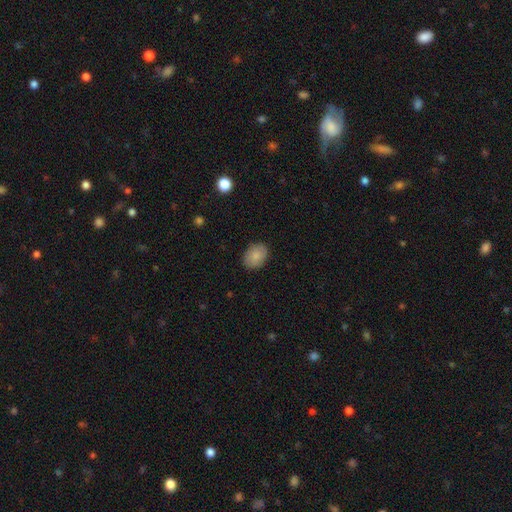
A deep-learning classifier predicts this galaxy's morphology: smooth-or-featured: smooth: 85% | featured or disk: 8% | star or artifact: 7%
  how-rounded: in between: 71% | round: 28% | cigar-shaped: 1%
  merging: none: 87% | minor disturbance: 10% | major disturbance: 2% | merger: 1%